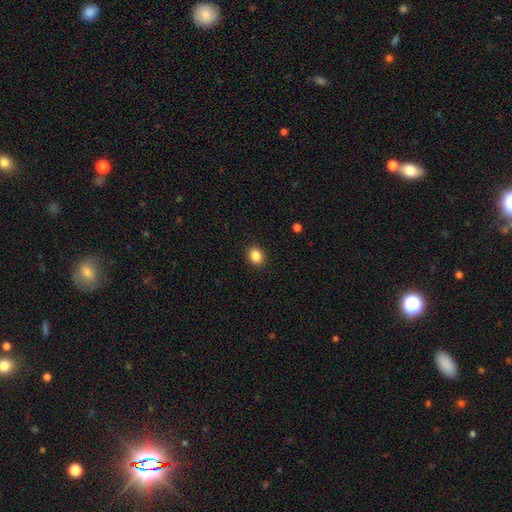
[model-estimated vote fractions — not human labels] This is clearly a smooth galaxy (87%). How rounded: possibly in between (53%). Merging: clearly none (90%).